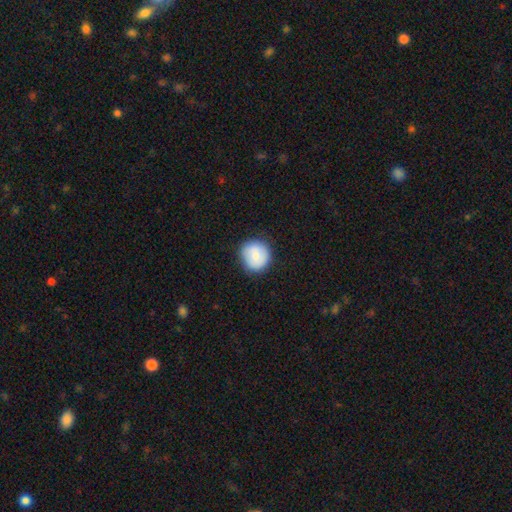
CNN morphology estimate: Q: Smooth or featured?
A: smooth (78%); runner-up: featured or disk (15%)
Q: How rounded?
A: round (92%); runner-up: in between (7%)
Q: Merging?
A: none (85%); runner-up: minor disturbance (11%)